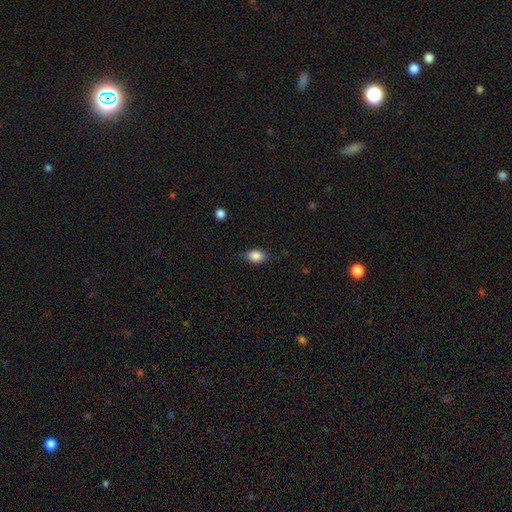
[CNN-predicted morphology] type=smooth (86%); roundness=in between (84%); merging=none (80%).